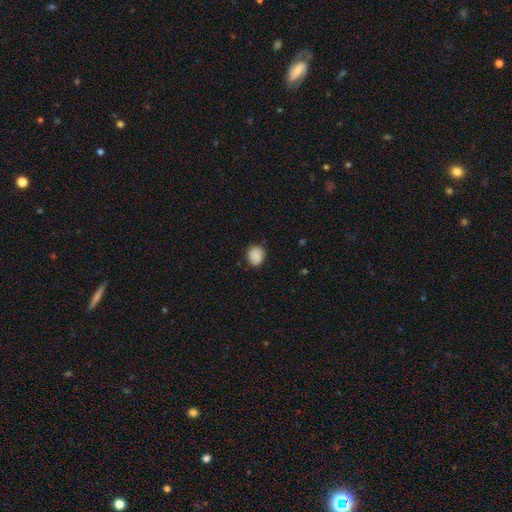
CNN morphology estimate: Smooth or featured? Predicted: smooth (p=0.88). How rounded? Predicted: round (p=0.72). Merging? Predicted: none (p=0.80).